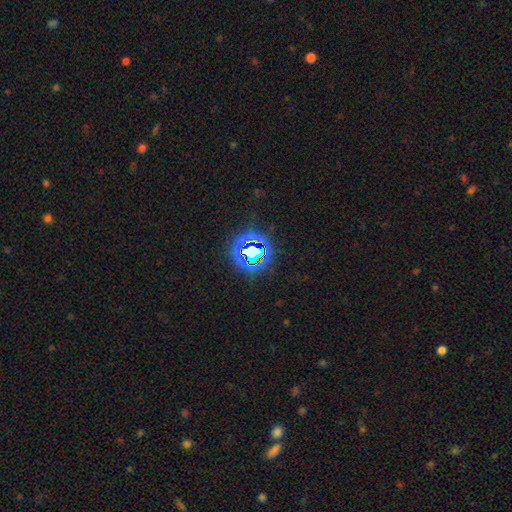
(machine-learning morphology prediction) Q: Smooth or featured?
A: star or artifact (77%); runner-up: smooth (15%)